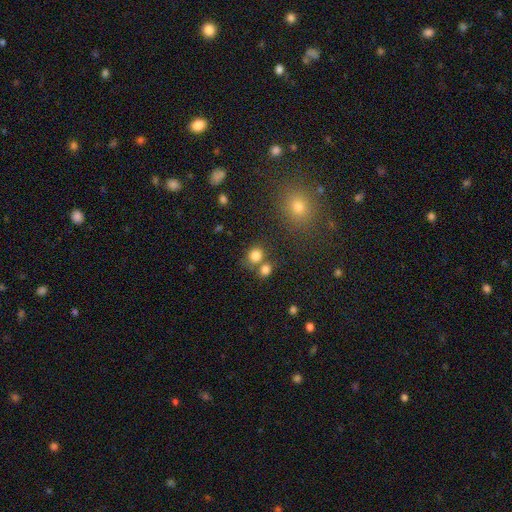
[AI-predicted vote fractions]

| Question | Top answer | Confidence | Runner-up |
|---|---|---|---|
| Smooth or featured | smooth | 81% | star or artifact (13%) |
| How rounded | round | 75% | in between (24%) |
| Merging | none | 59% | merger (28%) |